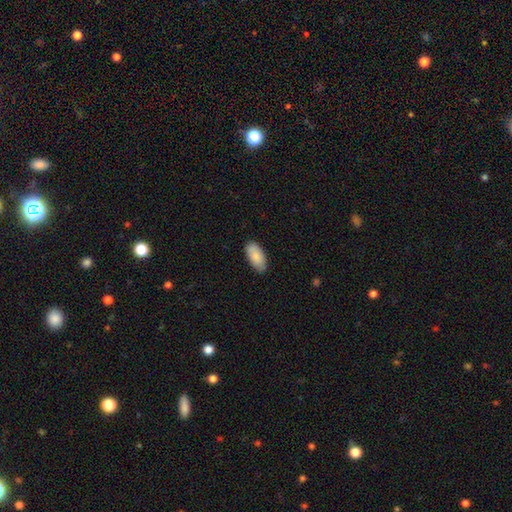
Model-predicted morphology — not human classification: Smooth or featured?
  - smooth: 86% *
  - featured or disk: 8%
  - star or artifact: 6%
How rounded?
  - in between: 94% *
  - cigar-shaped: 4%
  - round: 2%
Merging?
  - none: 83% *
  - minor disturbance: 14%
  - major disturbance: 2%
  - merger: 1%